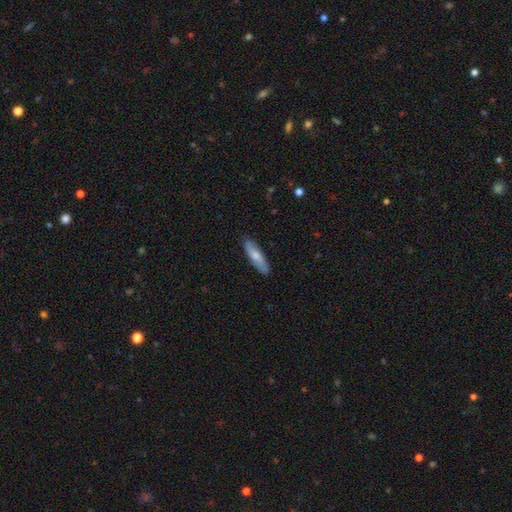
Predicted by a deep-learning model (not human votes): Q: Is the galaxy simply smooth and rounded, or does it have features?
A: smooth — 66%.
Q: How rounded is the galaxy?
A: cigar-shaped — 67%.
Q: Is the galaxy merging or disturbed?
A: none — 87%.